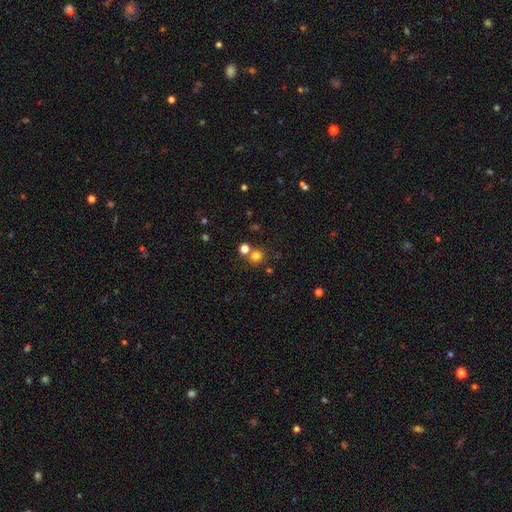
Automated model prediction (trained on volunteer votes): Q: Smooth or featured?
A: smooth (77%); runner-up: star or artifact (16%)
Q: How rounded?
A: round (90%); runner-up: in between (9%)
Q: Merging?
A: none (67%); runner-up: merger (24%)